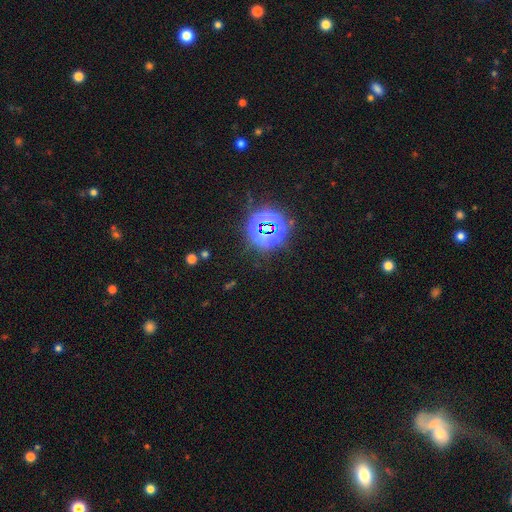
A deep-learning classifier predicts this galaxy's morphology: smooth_or_featured: star or artifact (p=0.79) [alt: smooth p=0.13]